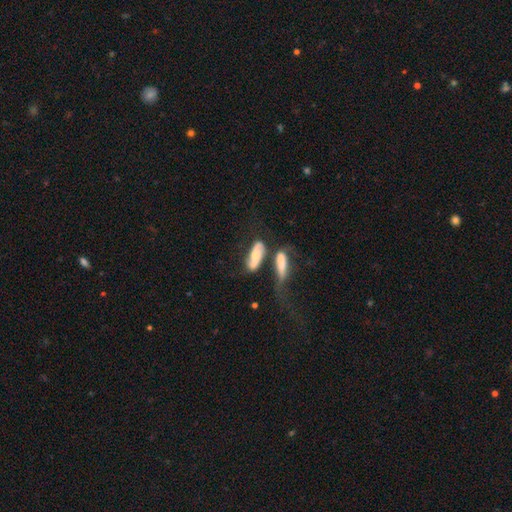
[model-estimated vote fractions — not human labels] Smooth or featured: smooth — 48% (featured or disk — 44%)
Merging: merger — 35% (none — 34%)